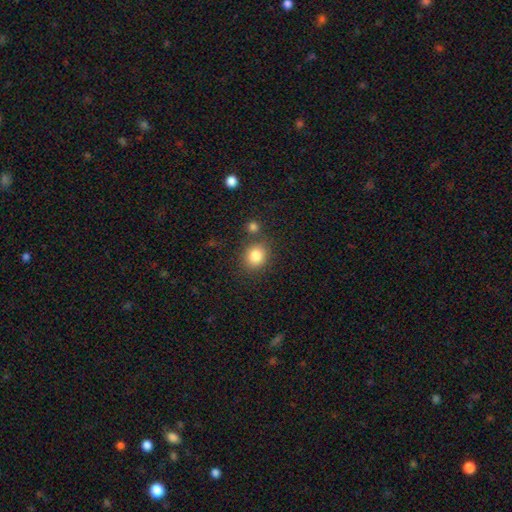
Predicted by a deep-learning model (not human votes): Q: Smooth or featured?
A: smooth (84%); runner-up: star or artifact (10%)
Q: How rounded?
A: round (75%); runner-up: in between (24%)
Q: Merging?
A: none (77%); runner-up: minor disturbance (10%)